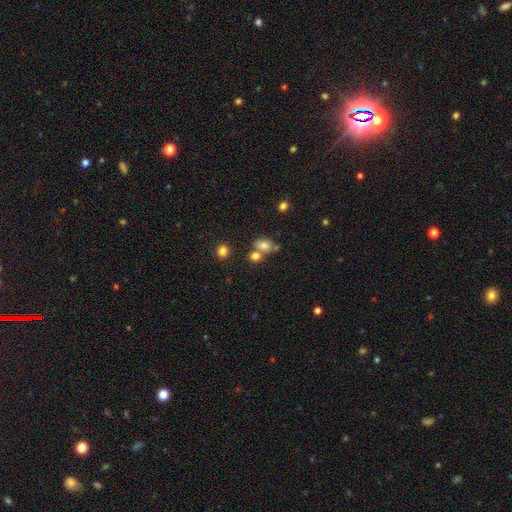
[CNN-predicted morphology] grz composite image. It shows a smooth galaxy with no disk features (75%) that is in between round and cigar-shaped (56%). Merging: none (45%).